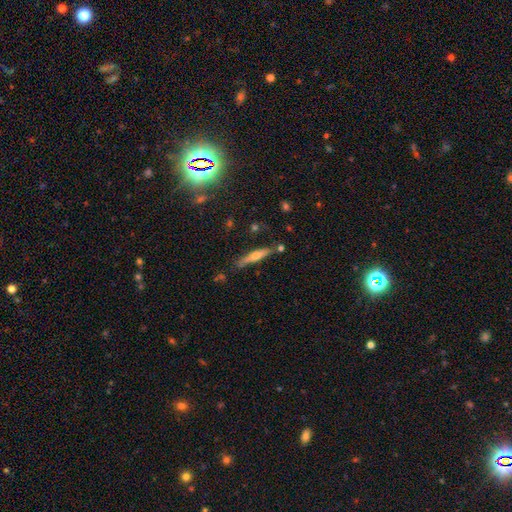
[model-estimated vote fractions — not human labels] Smooth or featured: featured or disk — 51% (smooth — 41%)
Edge-on disk: yes — 93% (no — 7%)
Merging: none — 79% (minor disturbance — 13%)